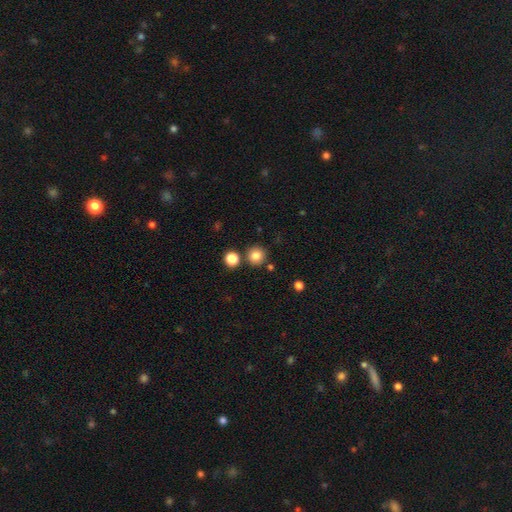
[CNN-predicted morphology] type=smooth (83%); roundness=round (93%); merging=none (84%).